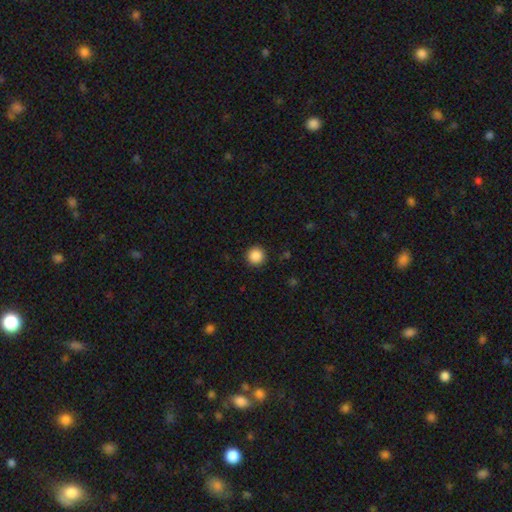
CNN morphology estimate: A smooth galaxy with no disk features (88%) that is round (96%).

Vote fractions:
- Smooth or featured? smooth: 88% / star or artifact: 10% / featured or disk: 3%
- How rounded? round: 96% / in between: 3% / cigar-shaped: 1%
- Merging? none: 92% / minor disturbance: 5% / major disturbance: 2% / merger: 1%